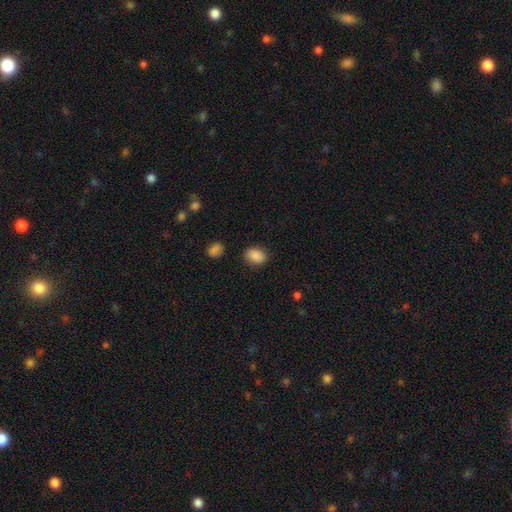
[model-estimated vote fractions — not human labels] Q: Smooth or featured?
A: smooth (88%); runner-up: star or artifact (8%)
Q: How rounded?
A: in between (77%); runner-up: round (22%)
Q: Merging?
A: none (84%); runner-up: minor disturbance (11%)